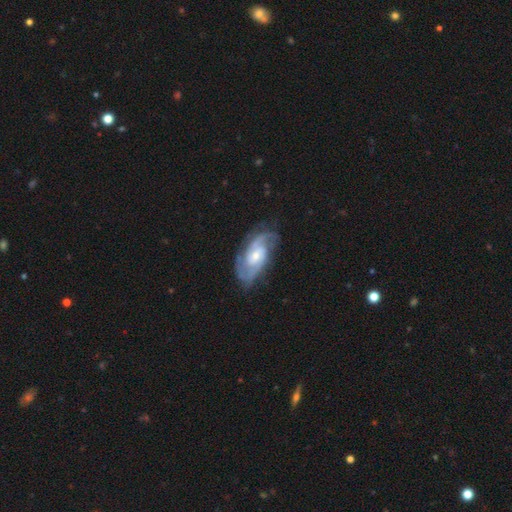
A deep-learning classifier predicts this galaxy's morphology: featured or disk 88%, smooth 8%, star or artifact 5%. Down the decision tree: edge-on disk — no (96%); bar — no (54%); spiral arms — yes (97%); spiral arm count — 2 (58%); spiral winding — medium (45%); bulge size — small (48%); merging — none (74%).